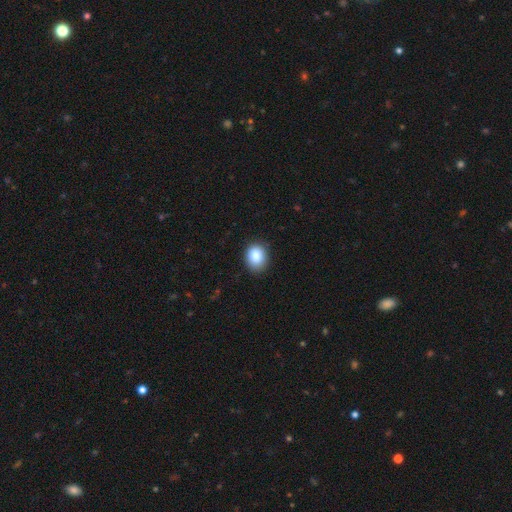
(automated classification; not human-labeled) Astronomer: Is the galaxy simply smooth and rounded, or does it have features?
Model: smooth — 87%.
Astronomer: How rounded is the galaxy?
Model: round — 51% (runner-up: in between, 48%).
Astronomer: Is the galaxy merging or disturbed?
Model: none — 83%.